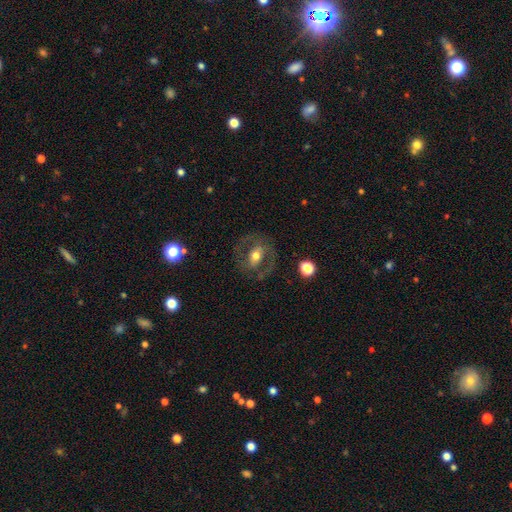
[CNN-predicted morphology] type=featured or disk (64%); edge-on=no (94%); bar=no (35%); spiral arms=yes (54%); bulge=moderate (70%); merging=none (72%).